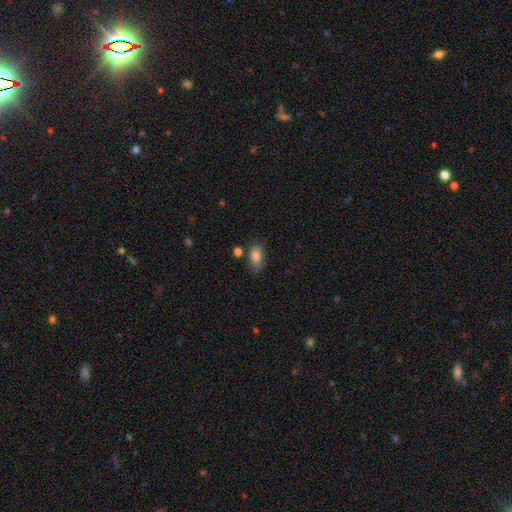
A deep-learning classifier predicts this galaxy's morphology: A smooth galaxy with no disk features (84%) that is in between round and cigar-shaped (89%). Merging: none (68%).